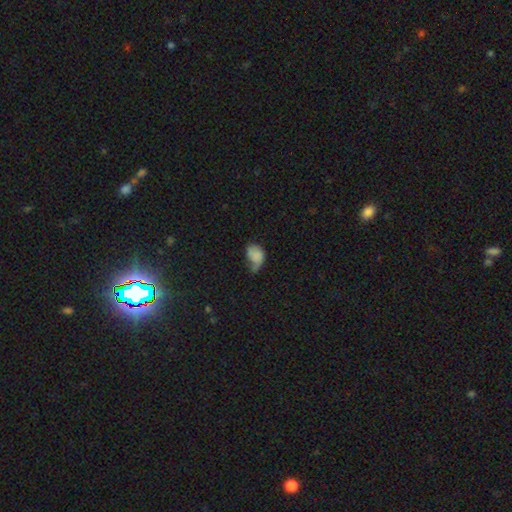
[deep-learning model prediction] Smooth or featured? Predicted: smooth (p=0.73). How rounded? Predicted: in between (p=0.82). Merging? Predicted: major disturbance (p=0.37, tied with minor disturbance).